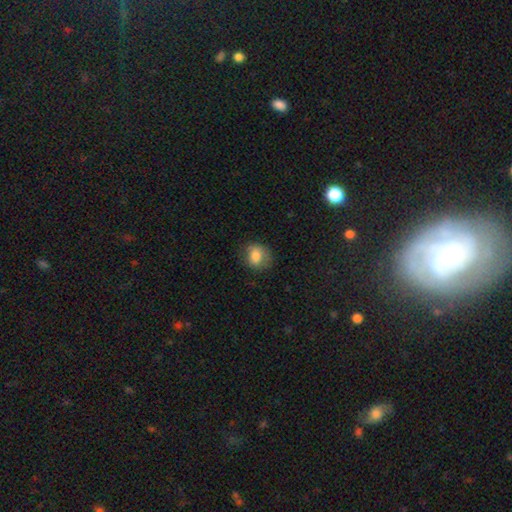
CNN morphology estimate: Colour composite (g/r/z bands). It shows a smooth galaxy with no disk features (79%) that is round (63%). Merging: none (68%).